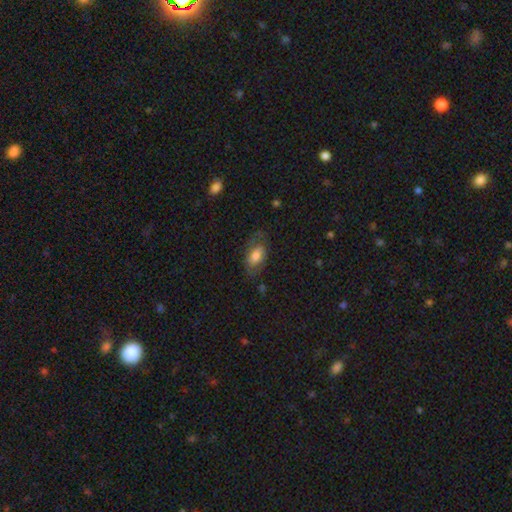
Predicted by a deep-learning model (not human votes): smooth 60%, featured or disk 32%, star or artifact 7%. Down the decision tree: how rounded — in between (90%); merging — none (64%).